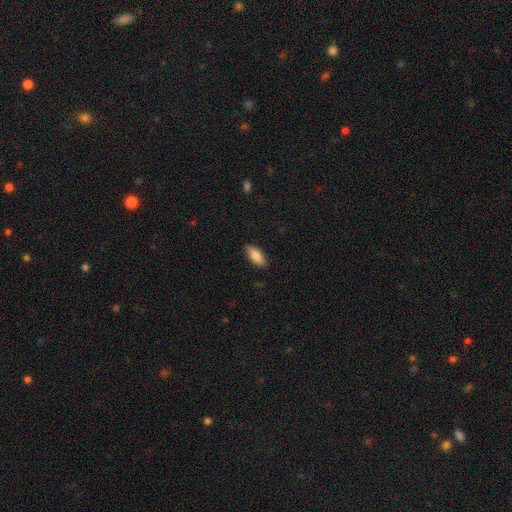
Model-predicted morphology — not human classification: type=smooth (83%); roundness=in between (79%); merging=none (88%).